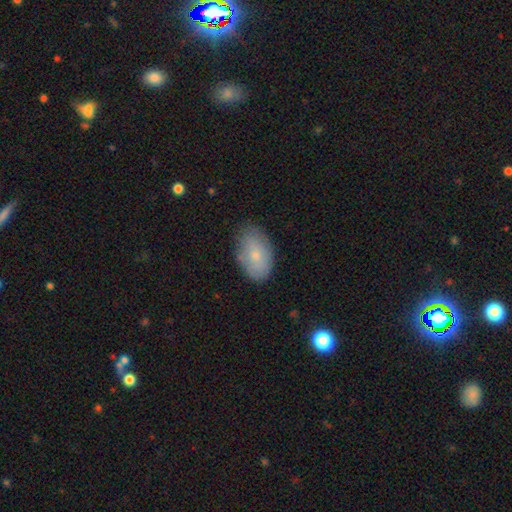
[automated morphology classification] Smooth or featured: smooth — 75% (featured or disk — 18%)
How rounded: in between — 91% (round — 7%)
Merging: none — 75% (minor disturbance — 20%)